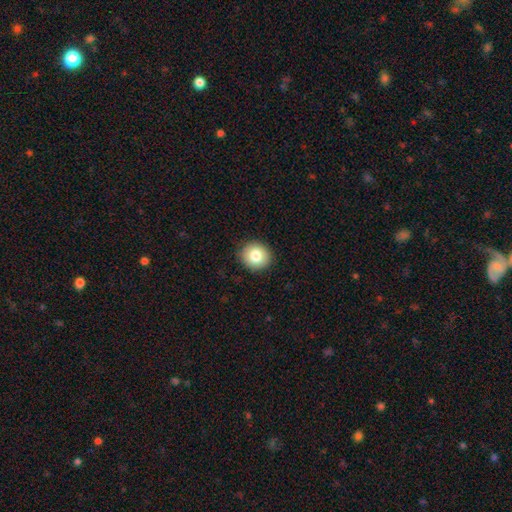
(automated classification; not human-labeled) Smooth or featured: smooth — 82% (featured or disk — 10%)
How rounded: round — 84% (in between — 15%)
Merging: none — 89% (minor disturbance — 8%)